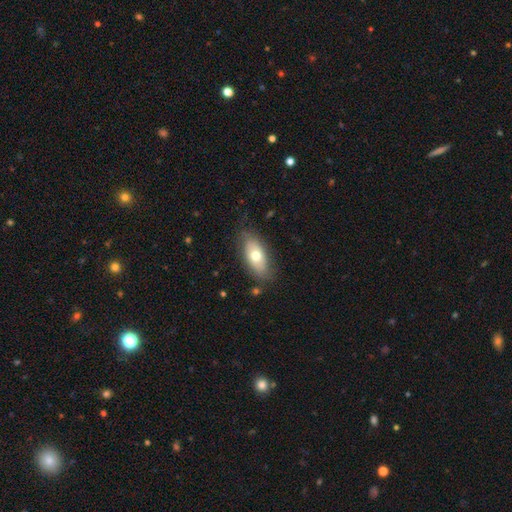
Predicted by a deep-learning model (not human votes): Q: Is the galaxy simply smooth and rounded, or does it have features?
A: smooth — 66%.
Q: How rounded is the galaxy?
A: in between — 86%.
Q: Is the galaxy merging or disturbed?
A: none — 79%.